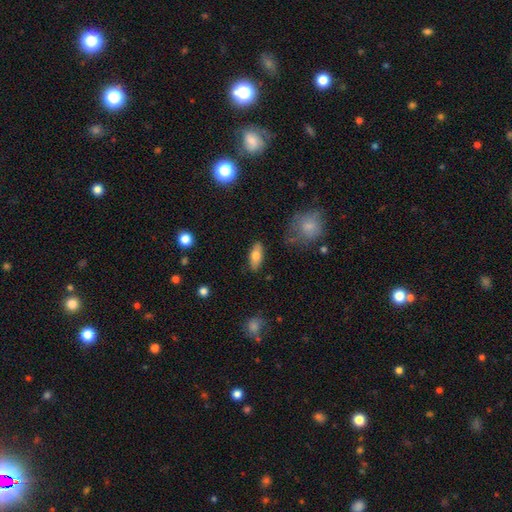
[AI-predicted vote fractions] smooth 72%, featured or disk 21%, star or artifact 7%. Down the decision tree: how rounded — in between (80%); merging — none (85%).